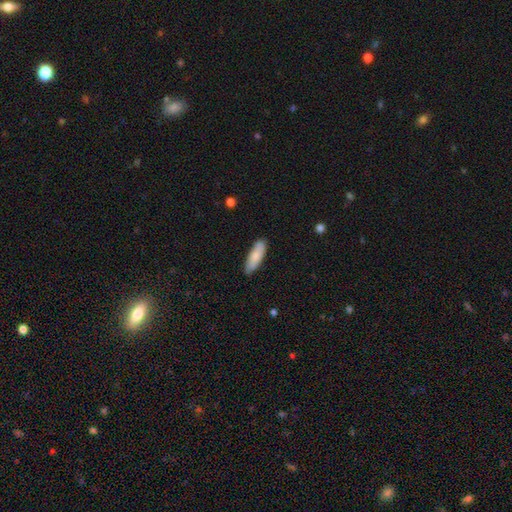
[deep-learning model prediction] Smooth or featured: smooth — 81% (featured or disk — 14%)
How rounded: in between — 55% (cigar-shaped — 44%)
Merging: none — 82% (minor disturbance — 14%)